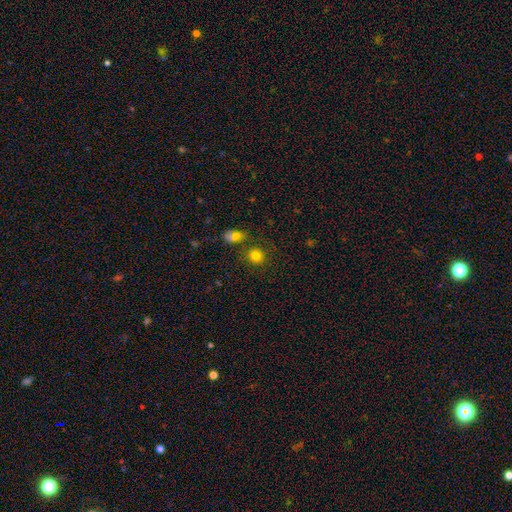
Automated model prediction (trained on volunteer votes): Overall: smooth (79%). How rounded: round (87%). Merging: none (81%).